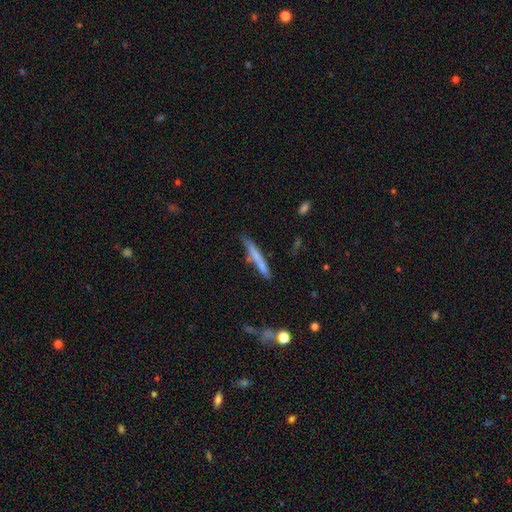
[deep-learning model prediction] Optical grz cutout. It shows a smooth galaxy with no disk features (61%) that is cigar-shaped (95%). Merging: none (75%).